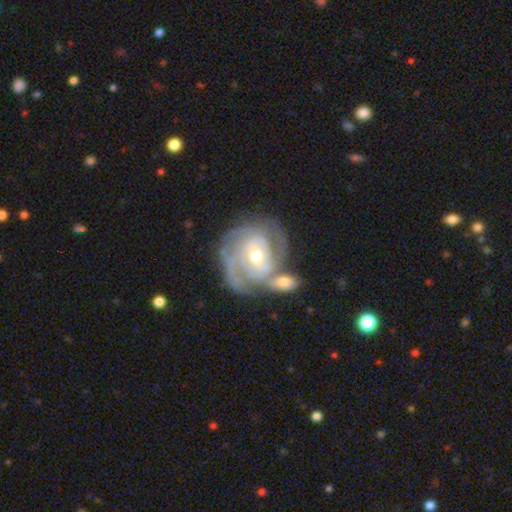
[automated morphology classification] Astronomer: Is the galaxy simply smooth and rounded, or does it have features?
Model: featured or disk — 86%.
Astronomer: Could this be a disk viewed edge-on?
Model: no — 97%.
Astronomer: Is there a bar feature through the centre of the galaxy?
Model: no — 50% (runner-up: weak, 37%).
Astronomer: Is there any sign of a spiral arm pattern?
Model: yes — 93%.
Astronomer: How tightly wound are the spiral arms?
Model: tight — 67%.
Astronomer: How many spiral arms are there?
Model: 2 — 33% (runner-up: can't tell, 28%).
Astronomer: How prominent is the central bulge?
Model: moderate — 58% (runner-up: small, 37%).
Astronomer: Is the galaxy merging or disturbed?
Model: none — 46% (runner-up: merger, 30%).